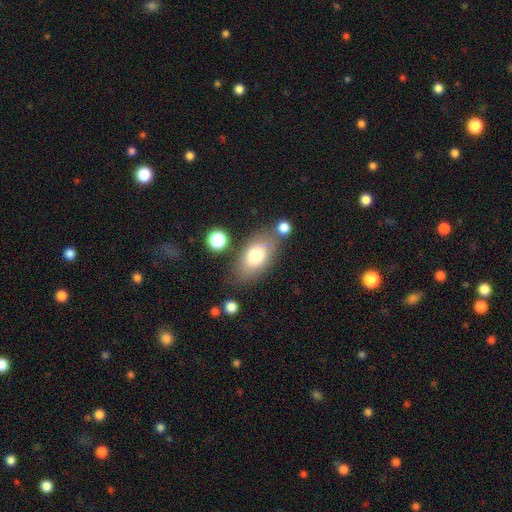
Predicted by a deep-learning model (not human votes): This is likely a smooth galaxy (74%). How rounded: clearly in between (88%). Merging: likely none (67%).